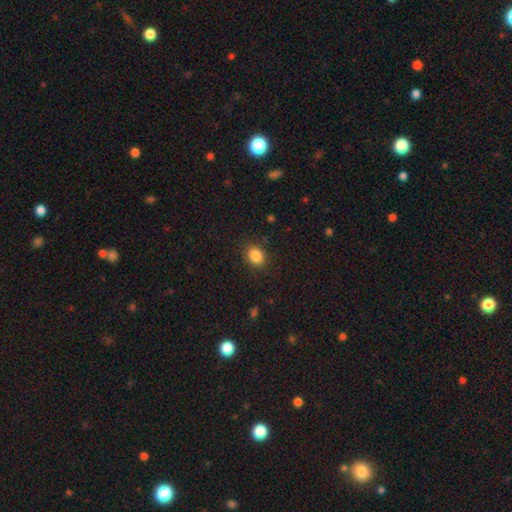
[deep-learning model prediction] A smooth galaxy with no disk features (86%) that is round (50%).

Vote fractions:
- Smooth or featured? smooth: 86% / star or artifact: 10% / featured or disk: 5%
- How rounded? round: 50% / in between: 49% / cigar-shaped: 1%
- Merging? none: 86% / minor disturbance: 10% / major disturbance: 3% / merger: 1%